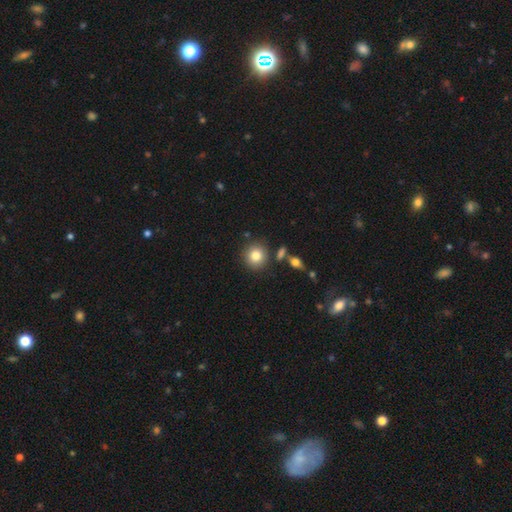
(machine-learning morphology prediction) This is clearly a smooth galaxy (82%). How rounded: clearly round (91%). Merging: clearly none (83%).